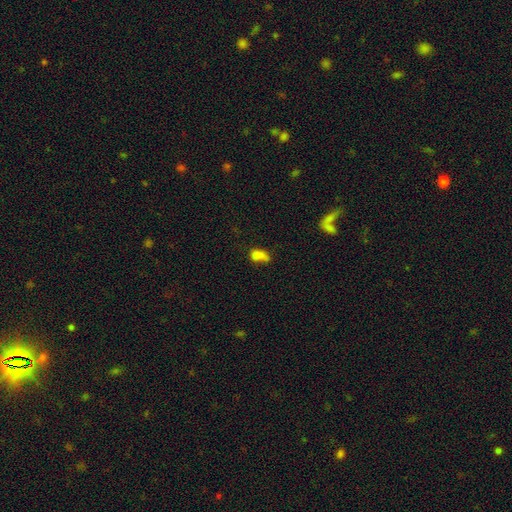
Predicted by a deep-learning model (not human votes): The model was most divided on "merging": none: 30%, merger: 25%, major disturbance: 25%, minor disturbance: 20%. More confident: how rounded — in between (75%); smooth or featured — smooth (70%).